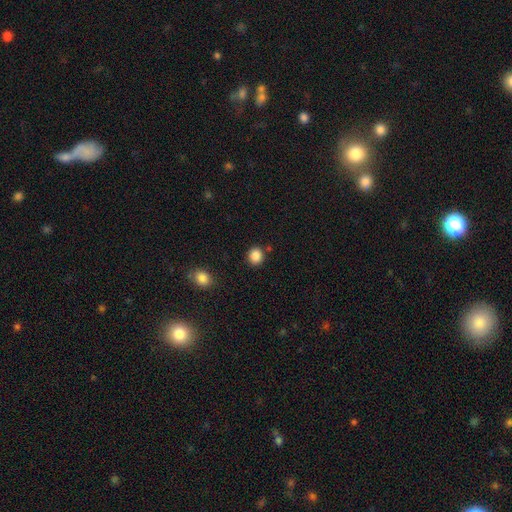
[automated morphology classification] This is clearly a smooth galaxy (87%). How rounded: clearly round (84%). Merging: clearly none (86%).